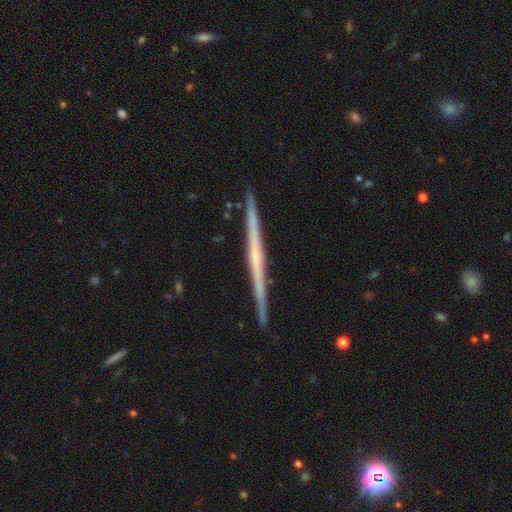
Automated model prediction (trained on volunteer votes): smooth-or-featured: featured or disk: 72% | smooth: 23% | star or artifact: 5%
  disk-edge-on: yes: 98% | no: 2%
    edge-on-bulge: none: 77% | rounded: 18% | boxy: 6%
  merging: none: 92% | minor disturbance: 6% | merger: 1% | major disturbance: 1%